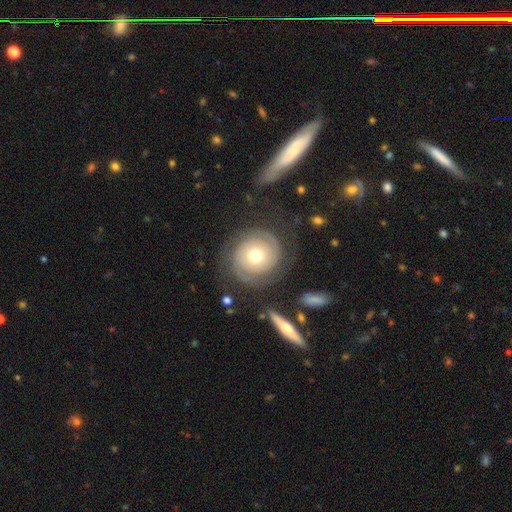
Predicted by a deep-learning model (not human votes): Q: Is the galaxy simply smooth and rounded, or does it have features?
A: featured or disk — 73%.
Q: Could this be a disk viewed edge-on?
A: no — 98%.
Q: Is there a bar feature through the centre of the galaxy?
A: no — 80%.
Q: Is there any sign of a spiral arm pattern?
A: yes — 89%.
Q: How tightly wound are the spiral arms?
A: tight — 70%.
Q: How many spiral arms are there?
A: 2 — 68%.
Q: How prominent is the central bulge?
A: moderate — 72%.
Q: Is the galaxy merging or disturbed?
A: none — 76%.